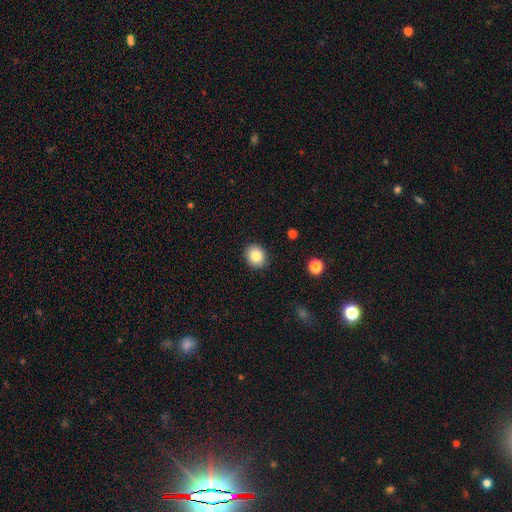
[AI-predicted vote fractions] Smooth or featured?
  - smooth: 84% *
  - star or artifact: 9%
  - featured or disk: 7%
How rounded?
  - round: 66% *
  - in between: 33%
  - cigar-shaped: 1%
Merging?
  - none: 90% *
  - minor disturbance: 7%
  - major disturbance: 2%
  - merger: 1%